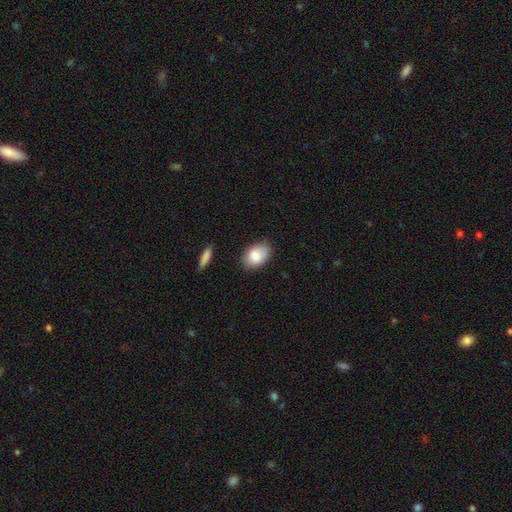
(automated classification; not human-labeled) Morphology: type=smooth (85%); roundness=in between (86%); merging=none (74%).